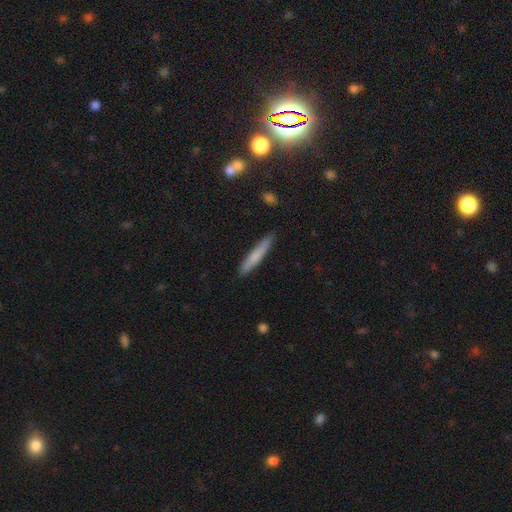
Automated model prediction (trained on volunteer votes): Smooth or featured: smooth — 72% (featured or disk — 22%)
How rounded: cigar-shaped — 94% (in between — 5%)
Merging: none — 87% (minor disturbance — 10%)